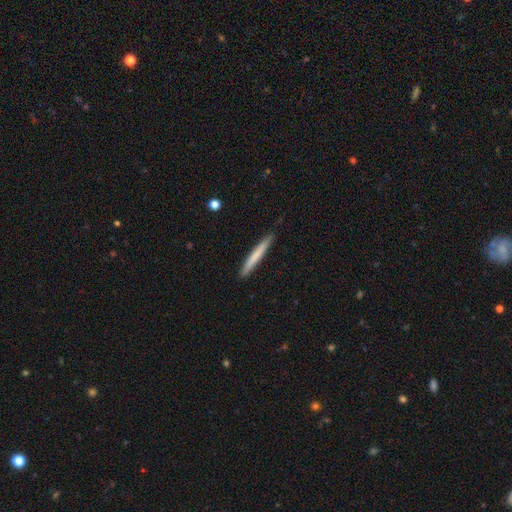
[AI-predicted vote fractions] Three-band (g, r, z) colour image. It shows a smooth galaxy with no disk features (69%) that is cigar-shaped (97%). Merging: none (90%).